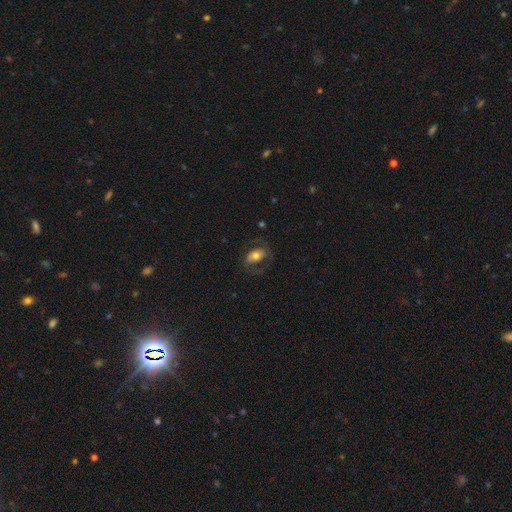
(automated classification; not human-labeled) Morphology: type=smooth (52%); roundness=in between (86%); merging=none (63%).